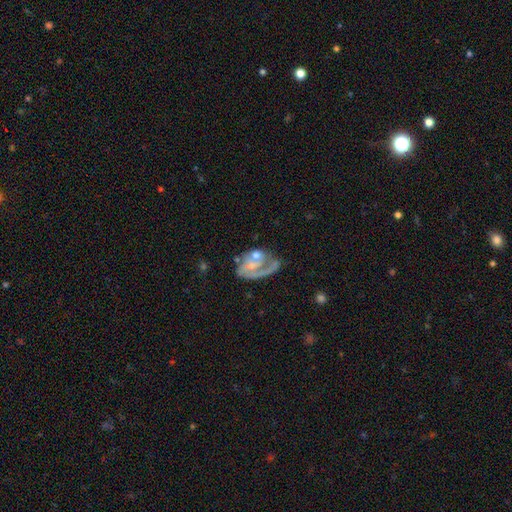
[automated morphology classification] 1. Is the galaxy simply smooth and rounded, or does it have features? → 70% featured or disk, 23% smooth, 8% star or artifact.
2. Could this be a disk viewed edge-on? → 97% no, 3% yes.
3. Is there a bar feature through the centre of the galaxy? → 75% no, 20% weak, 5% strong.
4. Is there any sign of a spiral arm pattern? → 66% yes, 34% no.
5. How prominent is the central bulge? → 37% small, 29% moderate, 28% none, 5% large, 2% dominant.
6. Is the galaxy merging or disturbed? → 33% none, 32% major disturbance, 19% minor disturbance, 16% merger.